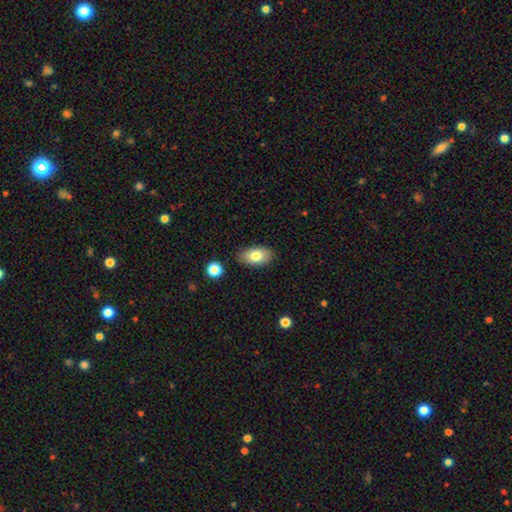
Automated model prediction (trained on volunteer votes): Smooth or featured? smooth (79%)
How rounded? in between (91%)
Merging? none (85%)